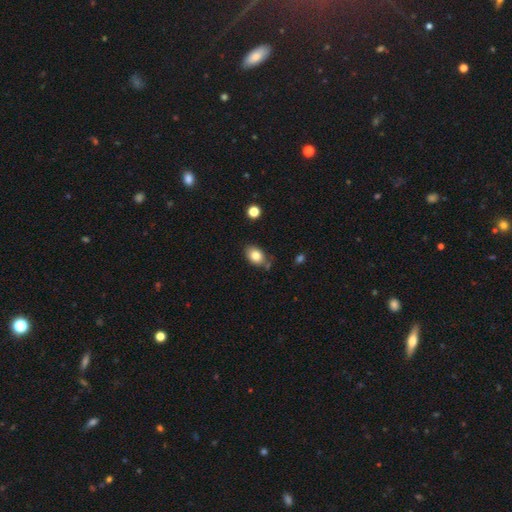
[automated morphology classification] Overall: smooth (81%). How rounded: in between (76%). Merging: none (71%).